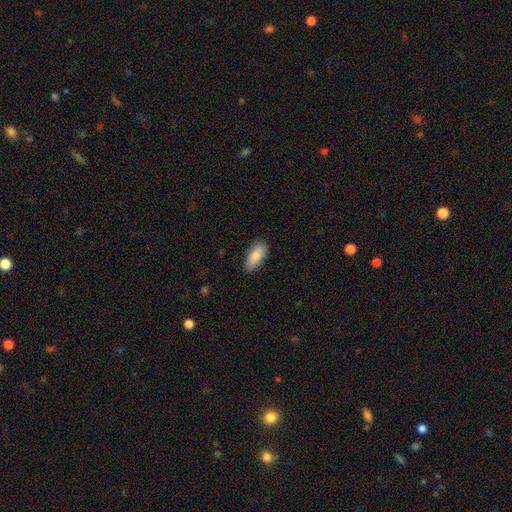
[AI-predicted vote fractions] The model was most divided on "smooth or featured": smooth: 83%, featured or disk: 11%, star or artifact: 6%. More confident: how rounded — in between (87%); merging — none (85%).